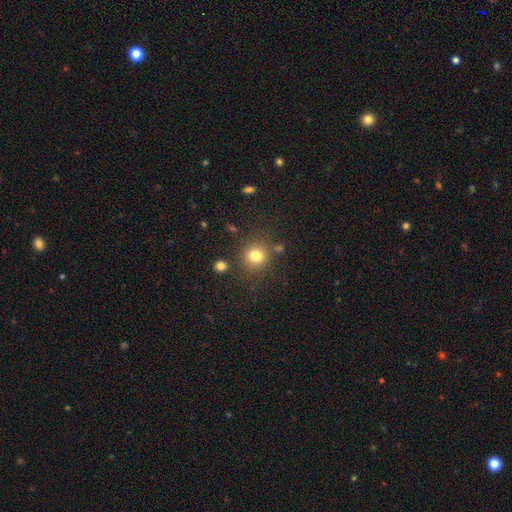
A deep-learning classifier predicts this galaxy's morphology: A smooth galaxy with no disk features (80%) that is round (88%). Merging: none (80%).